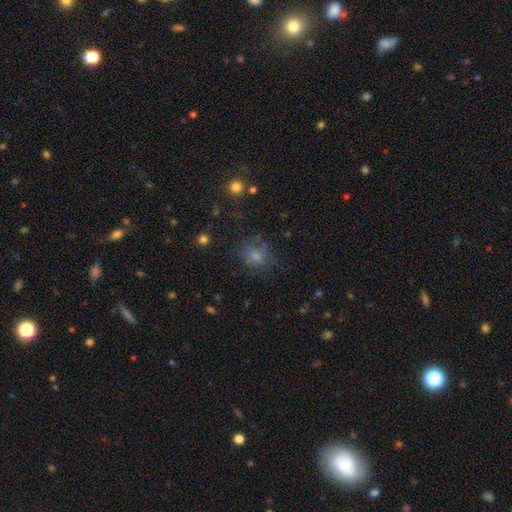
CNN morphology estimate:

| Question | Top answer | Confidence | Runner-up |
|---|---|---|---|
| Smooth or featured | smooth | 58% | star or artifact (26%) |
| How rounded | round | 73% | in between (26%) |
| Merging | none | 72% | minor disturbance (17%) |